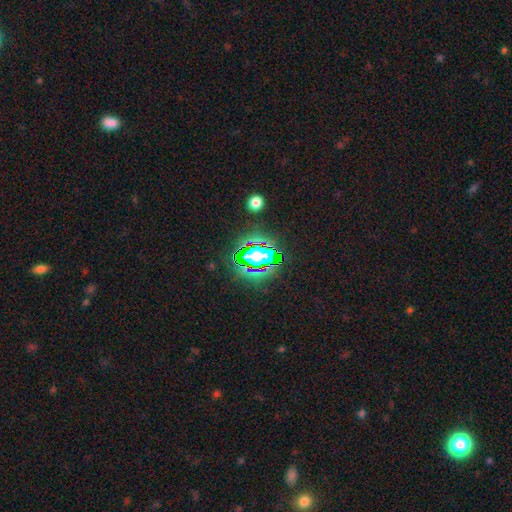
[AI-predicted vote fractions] Morphology: type=star or artifact (79%).